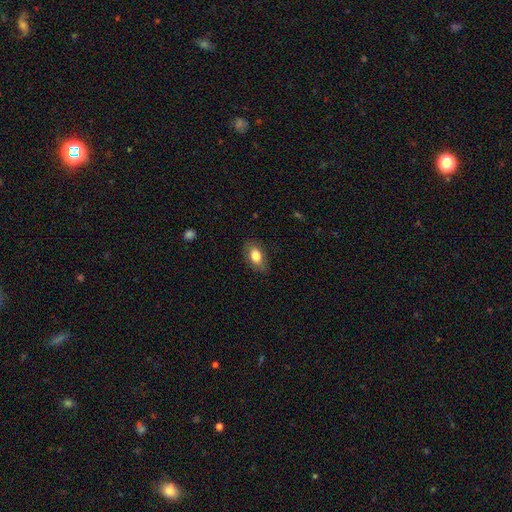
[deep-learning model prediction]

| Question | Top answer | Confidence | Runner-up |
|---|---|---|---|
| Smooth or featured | smooth | 79% | featured or disk (13%) |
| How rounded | in between | 88% | round (9%) |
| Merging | none | 79% | minor disturbance (16%) |